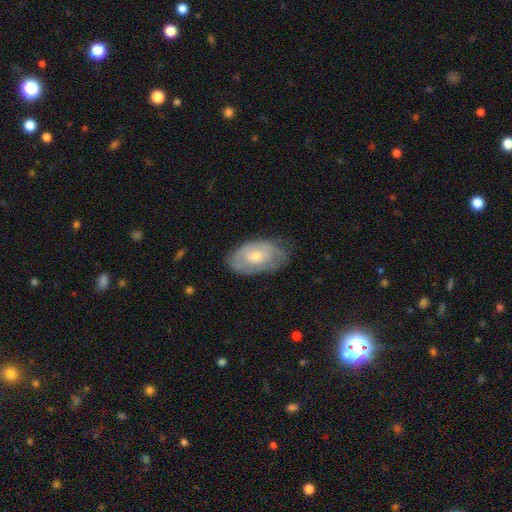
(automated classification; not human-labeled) featured or disk 58%, smooth 36%, star or artifact 7%. Down the decision tree: edge-on disk — no (93%); bar — no (75%); spiral arms — yes (65%); bulge size — moderate (48%); merging — none (68%).